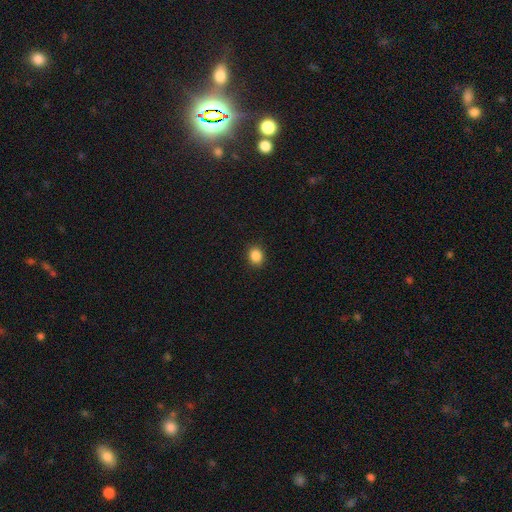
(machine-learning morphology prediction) smooth_or_featured: smooth (p=0.87) [alt: star or artifact p=0.10]
how_rounded: round (p=0.64) [alt: in between p=0.35]
merging: none (p=0.91) [alt: minor disturbance p=0.06]